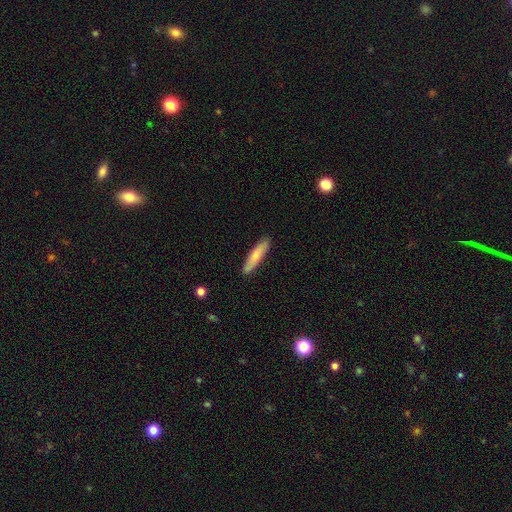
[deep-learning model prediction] Smooth or featured? Predicted: smooth (p=0.70). How rounded? Predicted: cigar-shaped (p=0.83). Merging? Predicted: none (p=0.88).